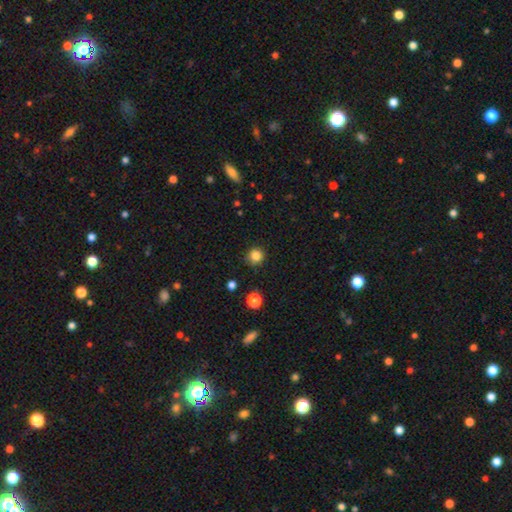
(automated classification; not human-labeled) A smooth galaxy with no disk features (84%) that is round (92%).

Vote fractions:
- Smooth or featured? smooth: 84% / star or artifact: 12% / featured or disk: 4%
- How rounded? round: 92% / in between: 7% / cigar-shaped: 1%
- Merging? none: 89% / minor disturbance: 8% / major disturbance: 2% / merger: 1%